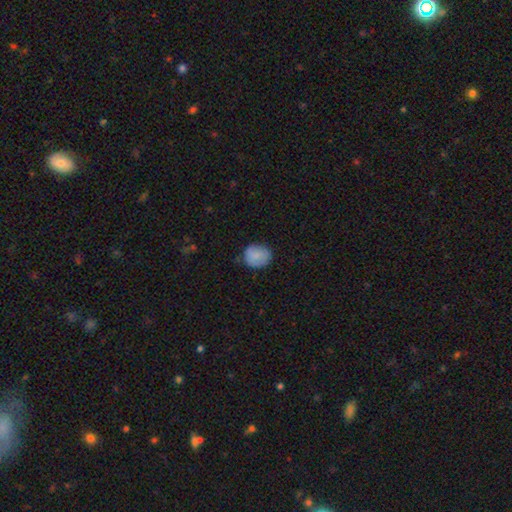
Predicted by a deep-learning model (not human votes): This appears to be a smooth galaxy with no disk features (82%) that is round (71%). Merging: none (74%).